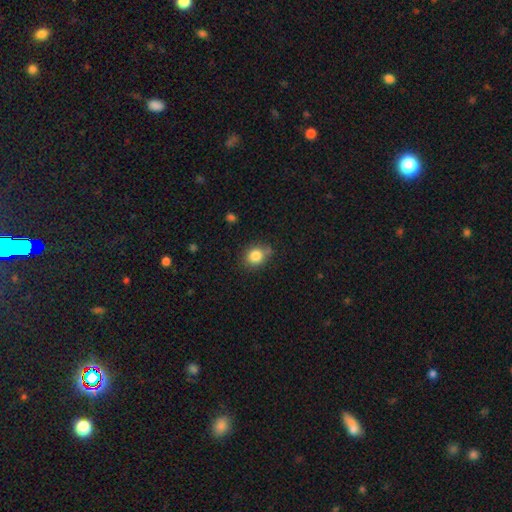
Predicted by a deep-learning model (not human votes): Smooth or featured? smooth (83%)
How rounded? round (66%)
Merging? none (72%)